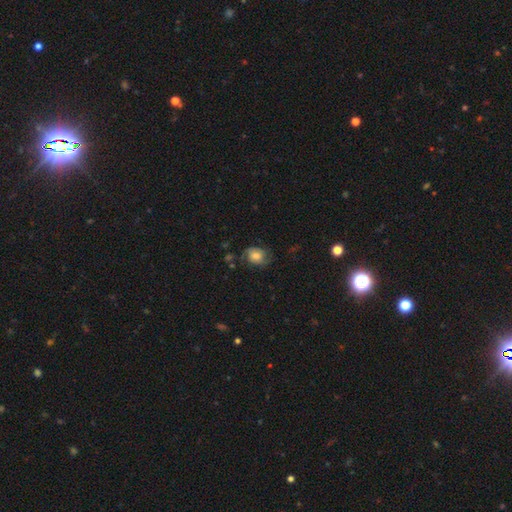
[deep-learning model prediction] The model was most divided on "smooth or featured": smooth: 48%, featured or disk: 42%, star or artifact: 10%. More confident: merging — none (63%).